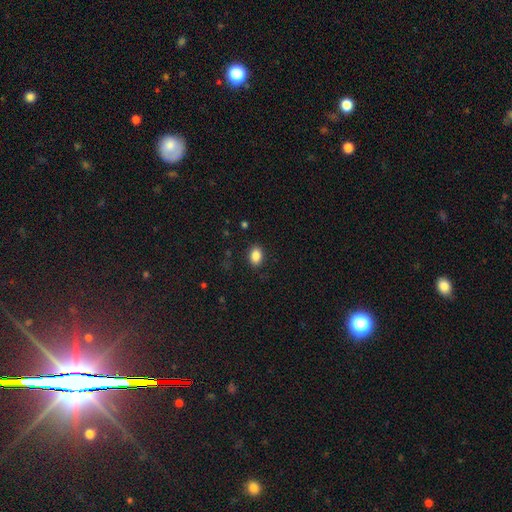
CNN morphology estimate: This is clearly a smooth galaxy (86%). How rounded: likely in between (80%). Merging: clearly none (87%).